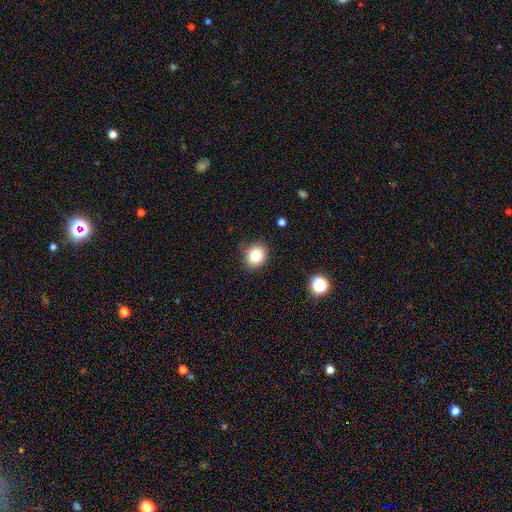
Smooth or featured?
  - smooth: 78% *
  - star or artifact: 14%
  - featured or disk: 8%
How rounded?
  - round: 52% *
  - in between: 48%
  - cigar-shaped: 0%
Merging?
  - none: 75% *
  - minor disturbance: 22%
  - merger: 3%
  - major disturbance: 0%